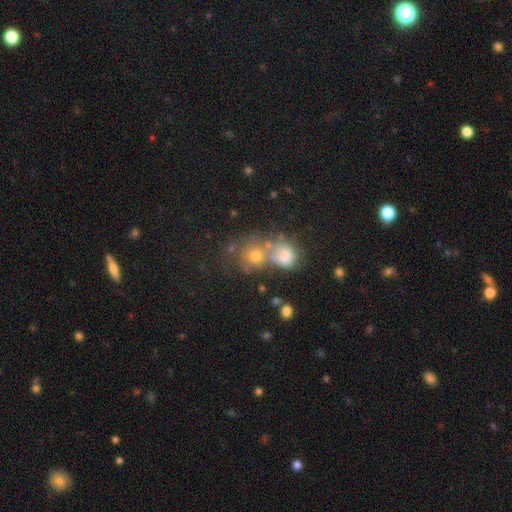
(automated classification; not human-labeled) This is likely a smooth galaxy (66%). How rounded: likely round (72%). Merging: possibly merger (53%).